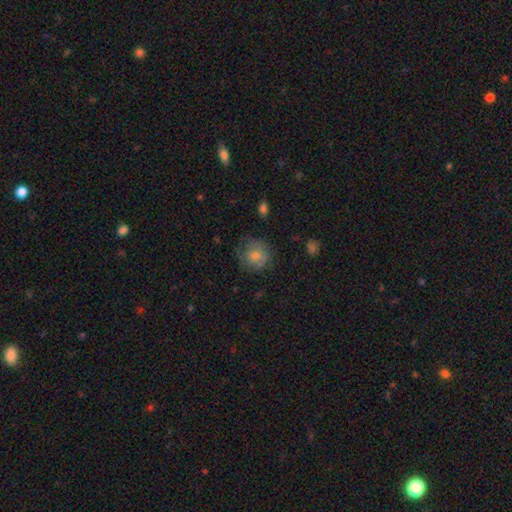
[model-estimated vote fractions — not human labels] Q: Smooth or featured?
A: smooth (64%); runner-up: featured or disk (24%)
Q: How rounded?
A: round (86%); runner-up: in between (13%)
Q: Merging?
A: none (71%); runner-up: minor disturbance (19%)